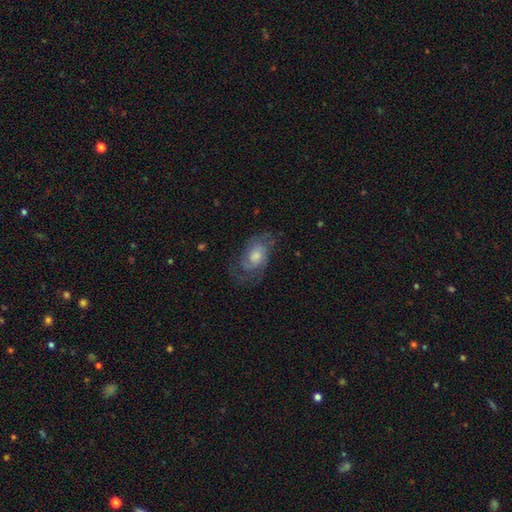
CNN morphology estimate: type=featured or disk (72%); edge-on=no (95%); bar=no (71%); spiral arms=yes (90%); winding=medium (43%); arm count=2 (48%); bulge=moderate (54%); merging=none (67%).